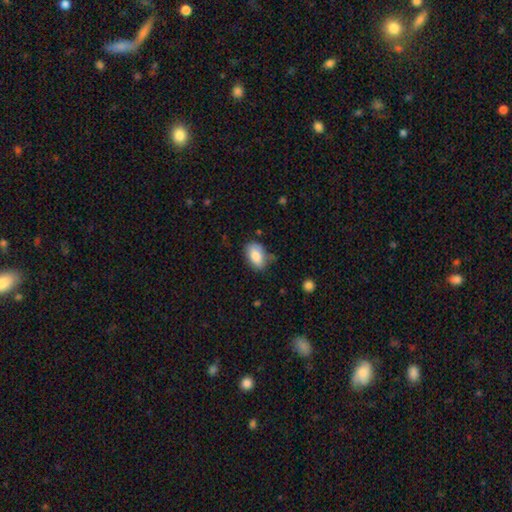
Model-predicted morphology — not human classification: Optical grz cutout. It shows a smooth galaxy with no disk features (83%) that is in between round and cigar-shaped (89%). Merging: none (67%).